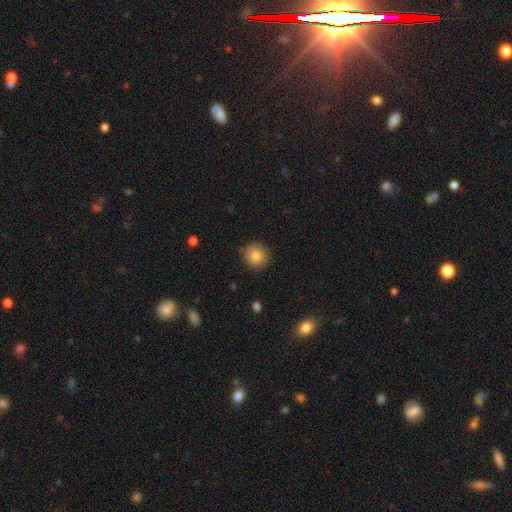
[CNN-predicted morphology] A smooth galaxy with no disk features (84%) that is round (90%).

Vote fractions:
- Smooth or featured? smooth: 84% / star or artifact: 9% / featured or disk: 7%
- How rounded? round: 90% / in between: 9% / cigar-shaped: 1%
- Merging? none: 87% / minor disturbance: 10% / major disturbance: 2% / merger: 1%